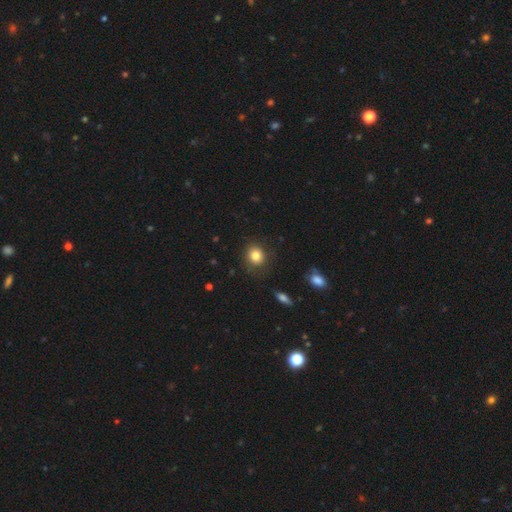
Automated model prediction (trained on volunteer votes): Smooth or featured?
  - smooth: 83% *
  - star or artifact: 10%
  - featured or disk: 7%
How rounded?
  - round: 76% *
  - in between: 23%
  - cigar-shaped: 1%
Merging?
  - none: 81% *
  - minor disturbance: 13%
  - major disturbance: 4%
  - merger: 2%